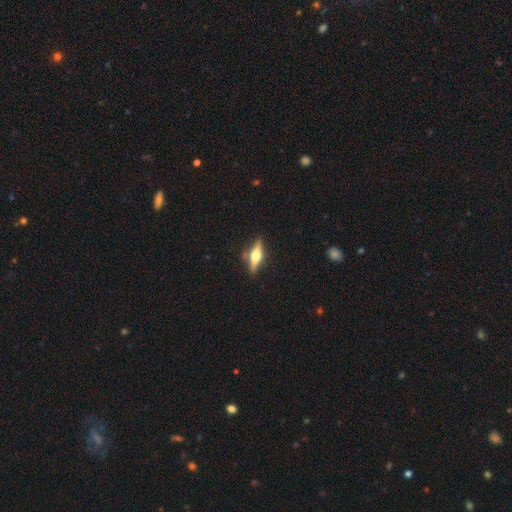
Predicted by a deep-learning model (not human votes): Smooth or featured? featured or disk (60%)
Edge-on disk? yes (95%)
Edge-on bulge? rounded (93%)
Merging? none (82%)